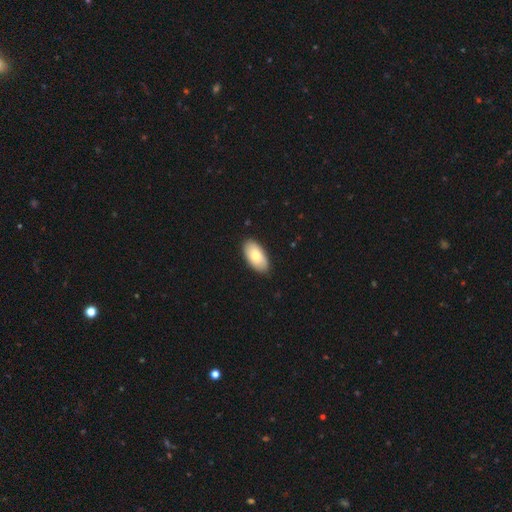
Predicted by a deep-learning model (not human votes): Morphology: type=smooth (78%); roundness=in between (95%); merging=none (88%).